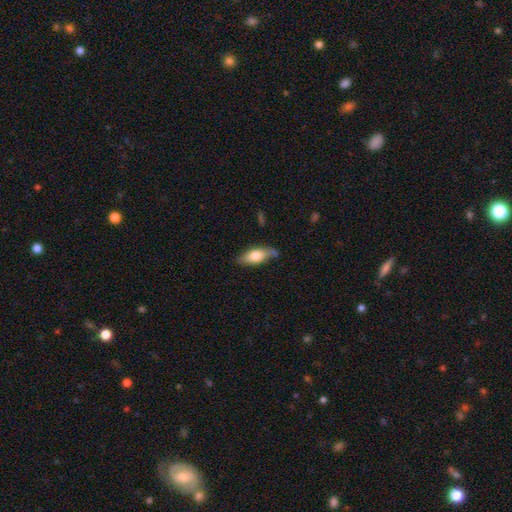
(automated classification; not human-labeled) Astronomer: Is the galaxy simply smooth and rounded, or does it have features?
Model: smooth — 68%.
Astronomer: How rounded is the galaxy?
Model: in between — 78%.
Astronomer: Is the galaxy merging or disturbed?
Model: none — 63%.